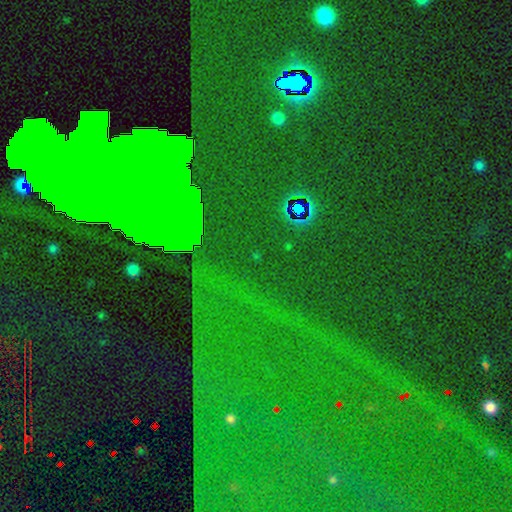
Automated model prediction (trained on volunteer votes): Smooth or featured? star or artifact (79%)